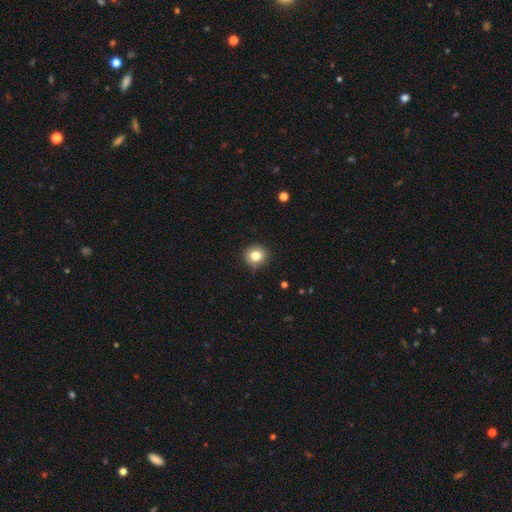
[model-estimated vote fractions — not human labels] smooth 82%, star or artifact 11%, featured or disk 8%. Down the decision tree: how rounded — round (91%); merging — none (88%).